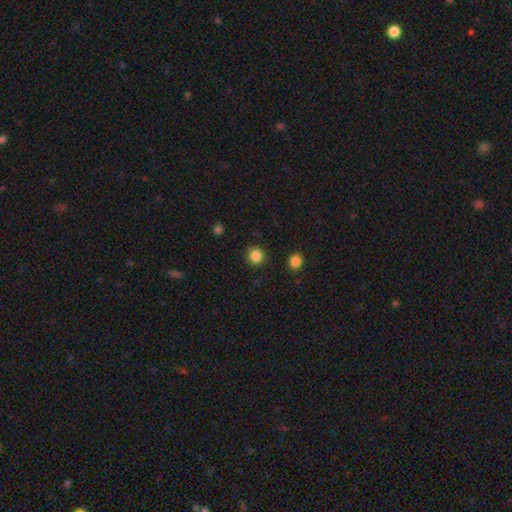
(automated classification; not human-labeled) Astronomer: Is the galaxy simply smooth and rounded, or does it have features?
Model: smooth — 85%.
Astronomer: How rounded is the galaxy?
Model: round — 92%.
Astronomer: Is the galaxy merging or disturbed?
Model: none — 90%.